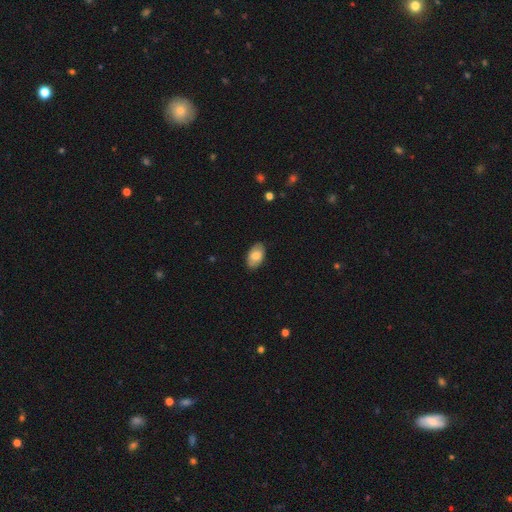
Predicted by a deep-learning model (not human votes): smooth_or_featured: smooth (p=0.77) [alt: featured or disk p=0.16]
how_rounded: in between (p=0.93) [alt: round p=0.06]
merging: none (p=0.85) [alt: minor disturbance p=0.12]